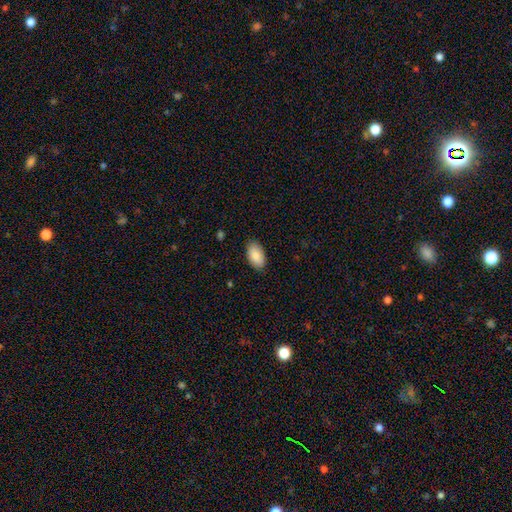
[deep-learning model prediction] This is clearly a smooth galaxy (88%). How rounded: clearly in between (95%). Merging: clearly none (85%).